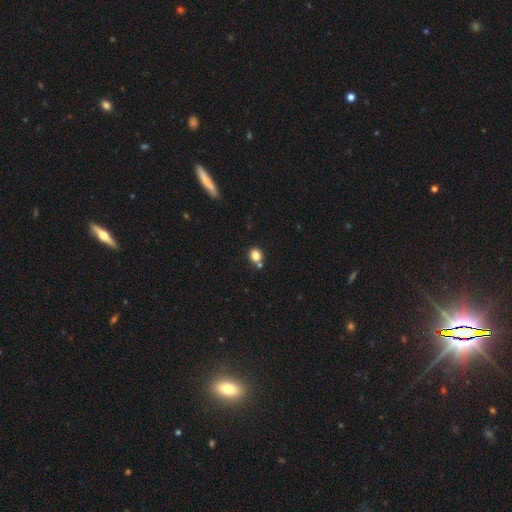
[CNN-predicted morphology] Overall: smooth (82%). How rounded: round (78%). Merging: none (71%).